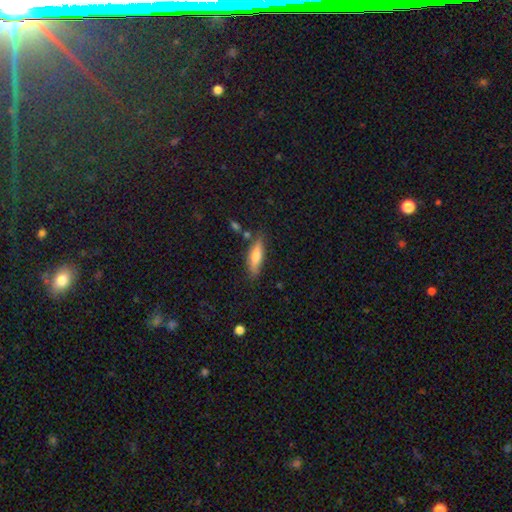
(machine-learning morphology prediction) Smooth or featured? smooth (64%)
How rounded? cigar-shaped (61%)
Merging? none (76%)